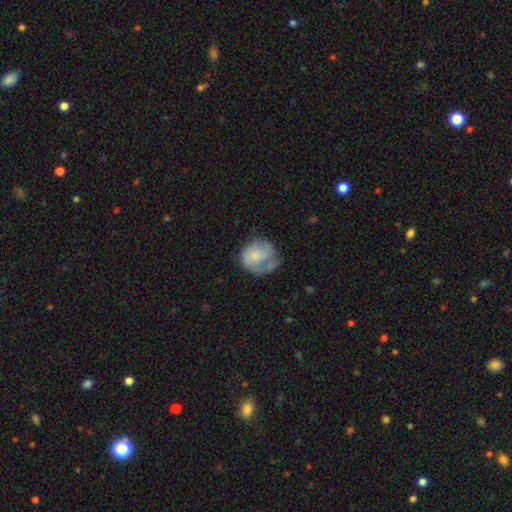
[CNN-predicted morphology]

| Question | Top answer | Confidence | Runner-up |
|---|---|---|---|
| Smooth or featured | smooth | 50% | featured or disk (43%) |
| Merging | none | 39% | minor disturbance (28%) |